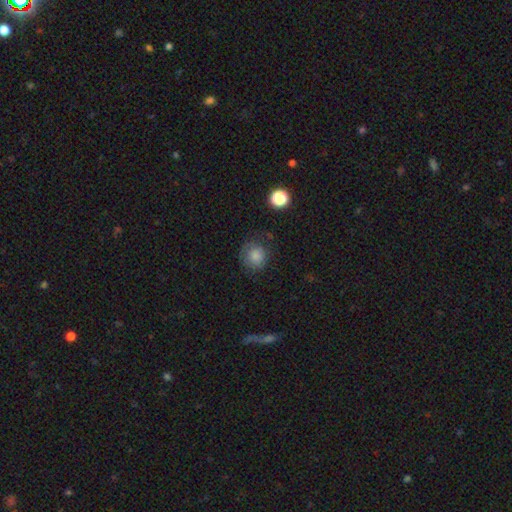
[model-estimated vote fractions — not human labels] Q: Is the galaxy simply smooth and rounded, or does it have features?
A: smooth — 82%.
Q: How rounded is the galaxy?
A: round — 89%.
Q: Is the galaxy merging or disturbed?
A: none — 73%.